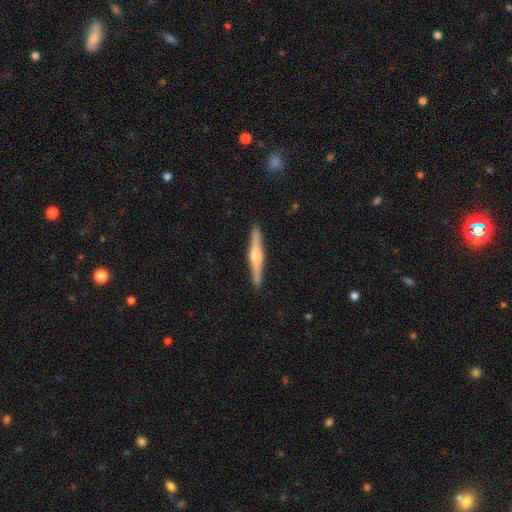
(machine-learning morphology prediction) smooth-or-featured: featured or disk: 66% | smooth: 28% | star or artifact: 5%
  disk-edge-on: yes: 98% | no: 2%
    edge-on-bulge: rounded: 88% | none: 6% | boxy: 6%
  merging: none: 91% | minor disturbance: 6% | major disturbance: 1% | merger: 1%